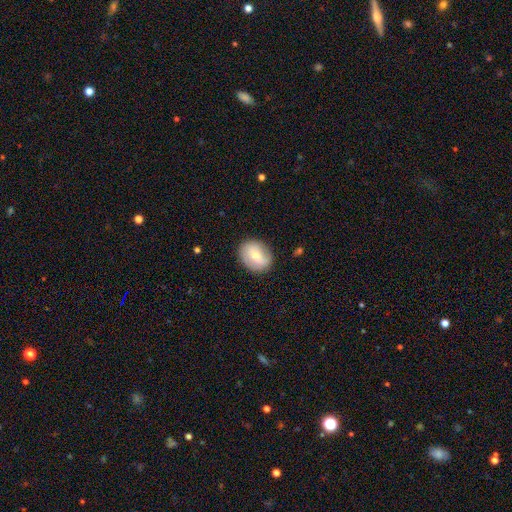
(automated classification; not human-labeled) Smooth or featured?
  - smooth: 53% *
  - featured or disk: 40%
  - star or artifact: 7%
How rounded?
  - round: 55% *
  - in between: 44%
  - cigar-shaped: 1%
Merging?
  - none: 83% *
  - minor disturbance: 12%
  - major disturbance: 4%
  - merger: 1%